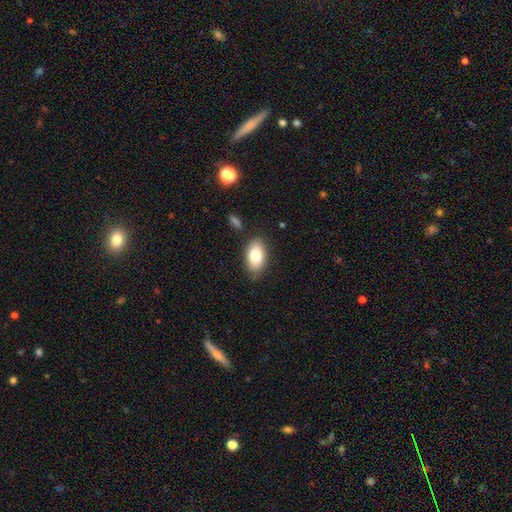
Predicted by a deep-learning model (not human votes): Smooth or featured: smooth — 83% (featured or disk — 10%)
How rounded: in between — 93% (round — 5%)
Merging: none — 81% (minor disturbance — 14%)